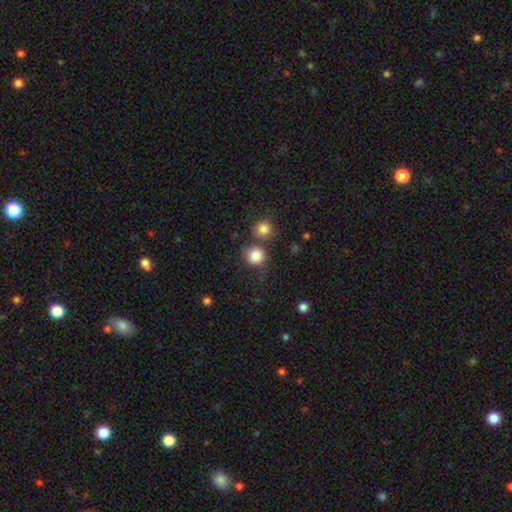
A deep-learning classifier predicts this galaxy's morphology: The model was most divided on "merging": none: 63%, merger: 20%, minor disturbance: 12%, major disturbance: 6%. More confident: how rounded — round (90%); smooth or featured — smooth (84%).